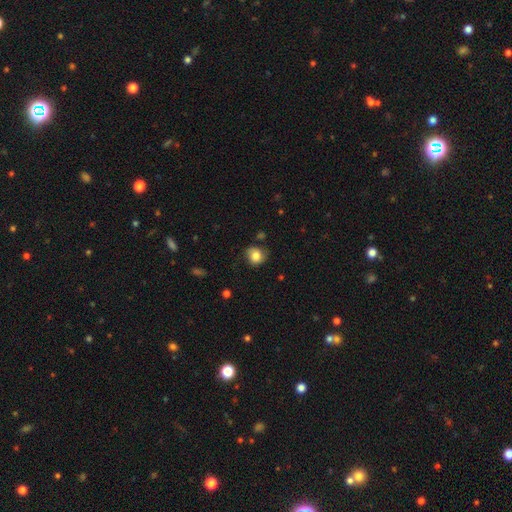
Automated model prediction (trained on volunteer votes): Q: Smooth or featured?
A: smooth (76%); runner-up: featured or disk (15%)
Q: How rounded?
A: round (73%); runner-up: in between (26%)
Q: Merging?
A: none (66%); runner-up: minor disturbance (25%)